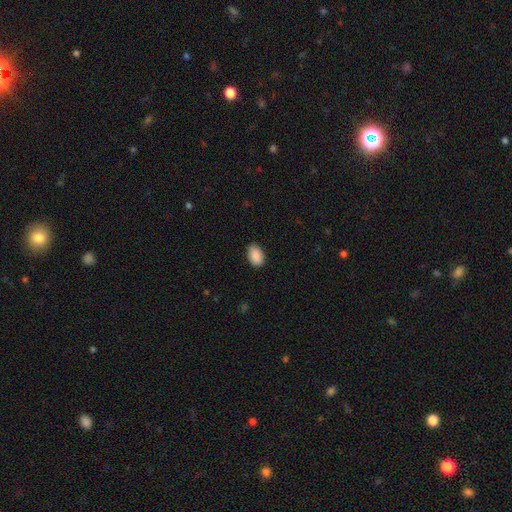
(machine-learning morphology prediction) Q: Smooth or featured?
A: smooth (90%); runner-up: star or artifact (7%)
Q: How rounded?
A: in between (90%); runner-up: round (9%)
Q: Merging?
A: none (85%); runner-up: minor disturbance (12%)